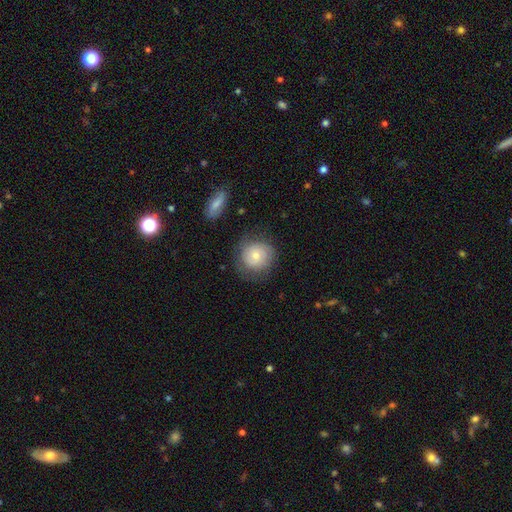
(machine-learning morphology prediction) Smooth or featured? smooth (65%)
How rounded? round (88%)
Merging? none (70%)